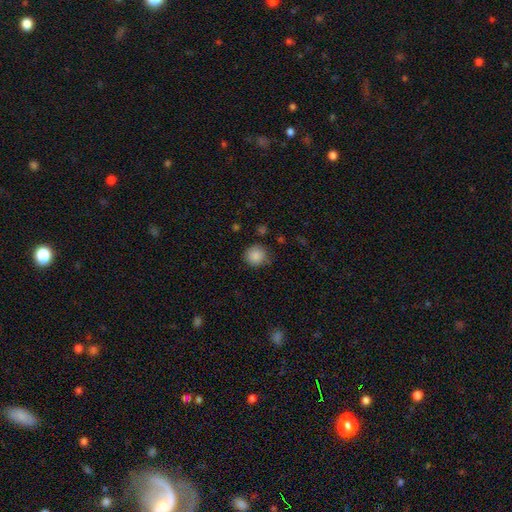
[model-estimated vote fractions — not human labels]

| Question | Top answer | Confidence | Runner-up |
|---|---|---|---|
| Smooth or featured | smooth | 86% | star or artifact (9%) |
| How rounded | round | 92% | in between (7%) |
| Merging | none | 80% | minor disturbance (14%) |